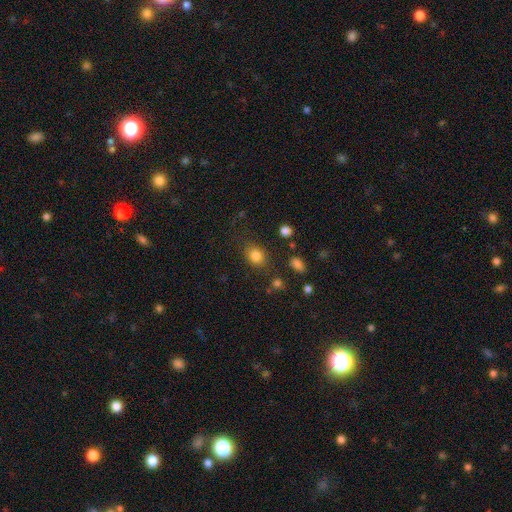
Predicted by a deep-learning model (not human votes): Smooth or featured? Predicted: smooth (p=0.82). How rounded? Predicted: round (p=0.52). Merging? Predicted: none (p=0.78).